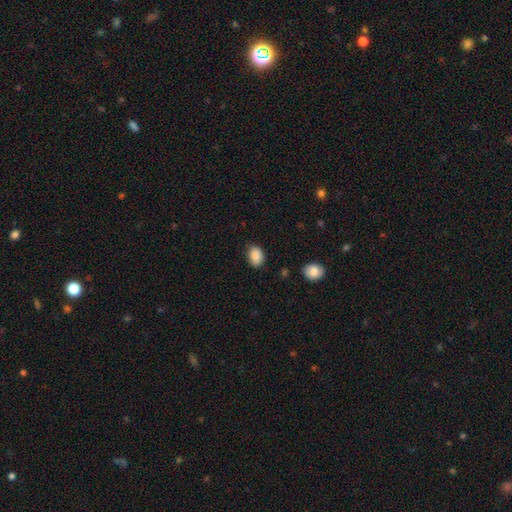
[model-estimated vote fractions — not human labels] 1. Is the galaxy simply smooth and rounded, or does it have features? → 88% smooth, 8% star or artifact, 4% featured or disk.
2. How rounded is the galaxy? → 75% in between, 24% round, 1% cigar-shaped.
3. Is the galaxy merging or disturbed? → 81% none, 15% minor disturbance, 3% major disturbance, 2% merger.